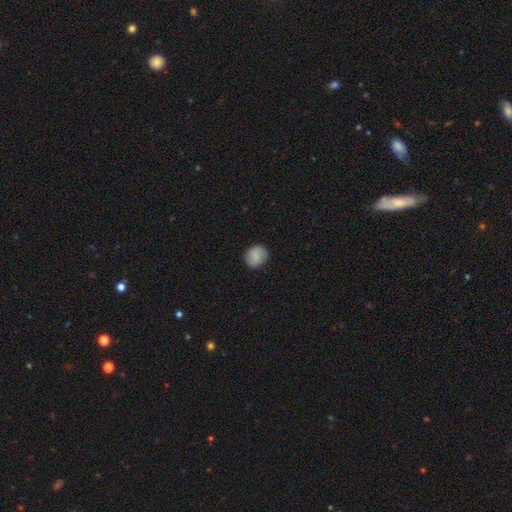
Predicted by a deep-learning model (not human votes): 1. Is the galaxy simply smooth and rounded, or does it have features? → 78% smooth, 14% featured or disk, 8% star or artifact.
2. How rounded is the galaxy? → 77% round, 22% in between, 1% cigar-shaped.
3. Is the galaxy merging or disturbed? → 86% none, 10% minor disturbance, 3% major disturbance, 1% merger.